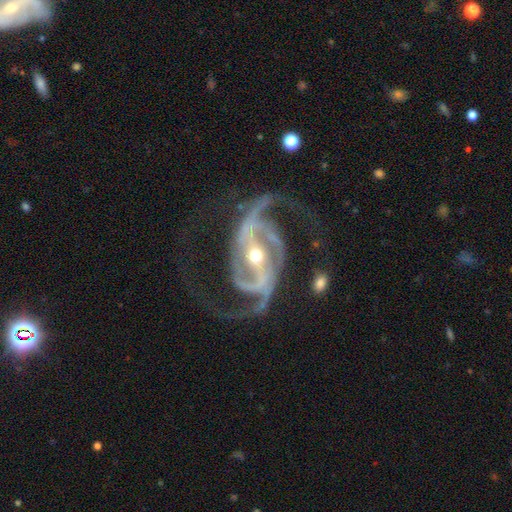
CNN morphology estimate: smooth-or-featured: featured or disk: 93% | star or artifact: 4% | smooth: 2%
  disk-edge-on: no: 97% | yes: 3%
    bar: strong: 66% | weak: 22% | no: 12%
    has-spiral-arms: yes: 98% | no: 2%
      spiral-winding: medium: 48% | loose: 39% | tight: 13%
      spiral-arm-count: 2: 87% | 3: 5% | can't tell: 2% | 1: 2% | 4: 2% | more than 4: 2%
    bulge-size: moderate: 57% | small: 39% | large: 2% | none: 1% | dominant: 1%
  merging: none: 64% | major disturbance: 17% | minor disturbance: 16% | merger: 3%